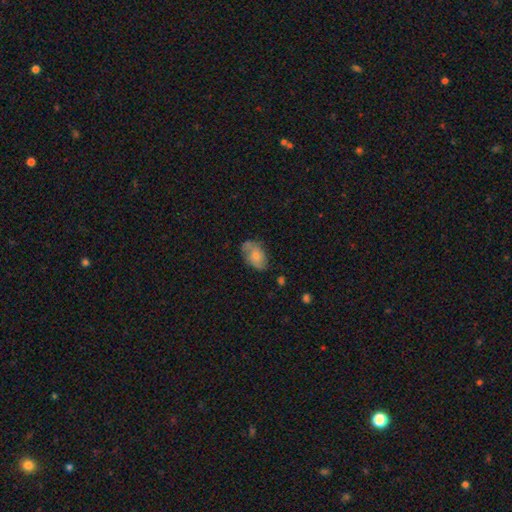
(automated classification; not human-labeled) A smooth galaxy with no disk features (71%) that is in between round and cigar-shaped (91%).

Vote fractions:
- Smooth or featured? smooth: 71% / featured or disk: 22% / star or artifact: 7%
- How rounded? in between: 91% / round: 7% / cigar-shaped: 2%
- Merging? none: 55% / minor disturbance: 30% / major disturbance: 10% / merger: 5%